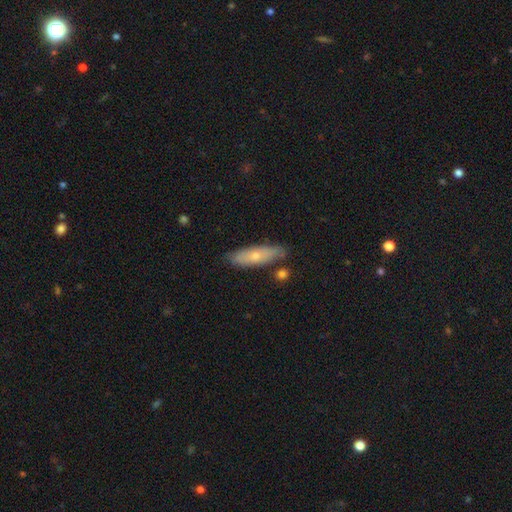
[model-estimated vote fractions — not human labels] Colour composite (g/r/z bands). It shows a smooth galaxy with no disk features (62%) that is cigar-shaped (58%). Merging: none (78%).